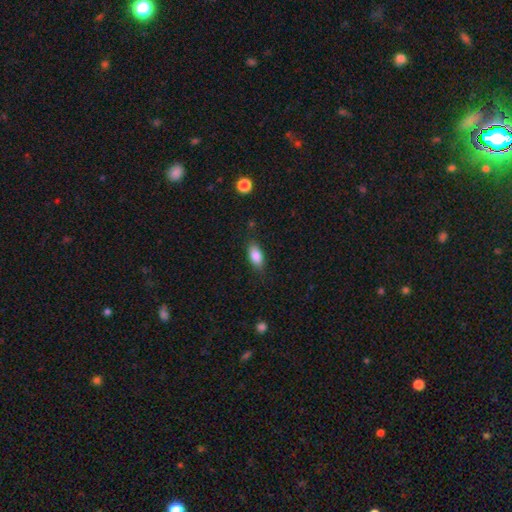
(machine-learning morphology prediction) A smooth galaxy with no disk features (85%) that is in between round and cigar-shaped (86%). Merging: none (81%).